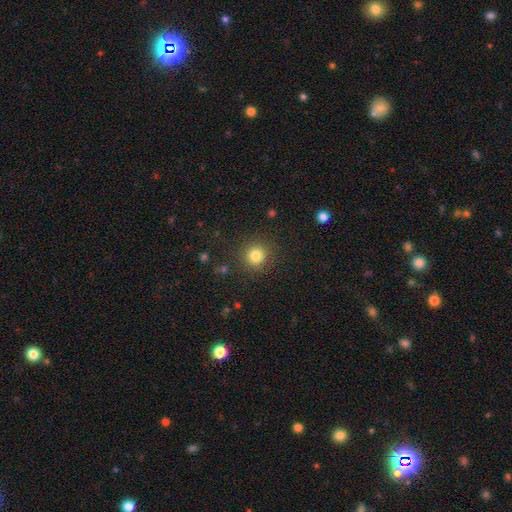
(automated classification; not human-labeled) Smooth or featured? smooth (82%)
How rounded? round (93%)
Merging? none (89%)